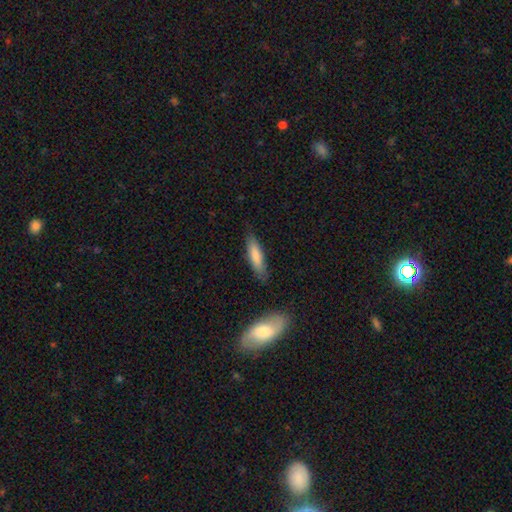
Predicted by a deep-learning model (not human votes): A smooth galaxy with no disk features (80%) that is cigar-shaped (67%). Merging: none (80%).